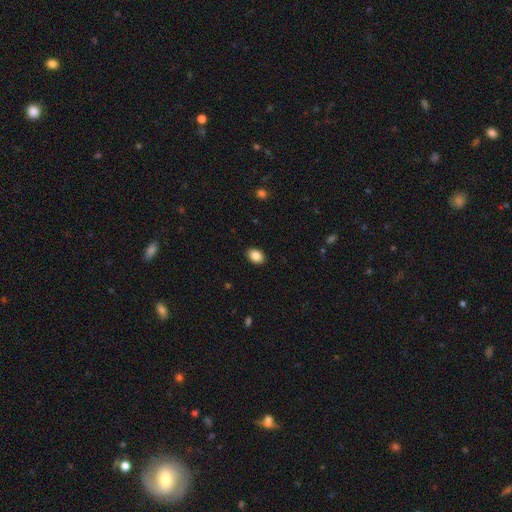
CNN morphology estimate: smooth_or_featured: smooth (p=0.87) [alt: star or artifact p=0.08]
how_rounded: in between (p=0.76) [alt: round p=0.23]
merging: none (p=0.90) [alt: minor disturbance p=0.07]